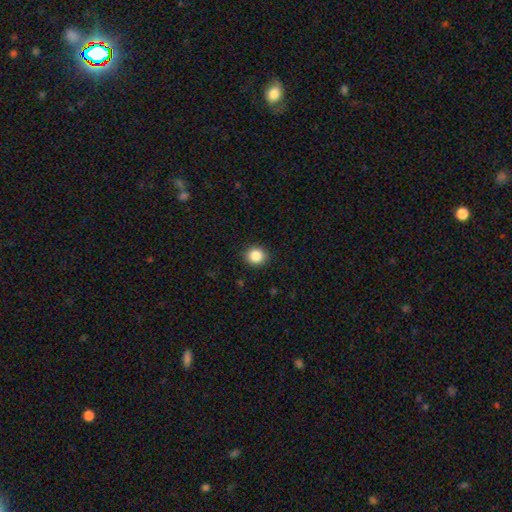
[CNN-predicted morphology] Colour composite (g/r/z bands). It shows a smooth galaxy with no disk features (86%) that is round (84%). Merging: none (91%).